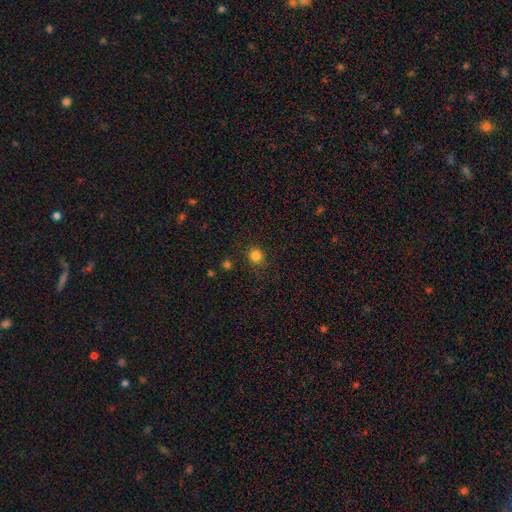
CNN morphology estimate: Smooth or featured? Predicted: smooth (p=0.83). How rounded? Predicted: round (p=0.88). Merging? Predicted: none (p=0.85).